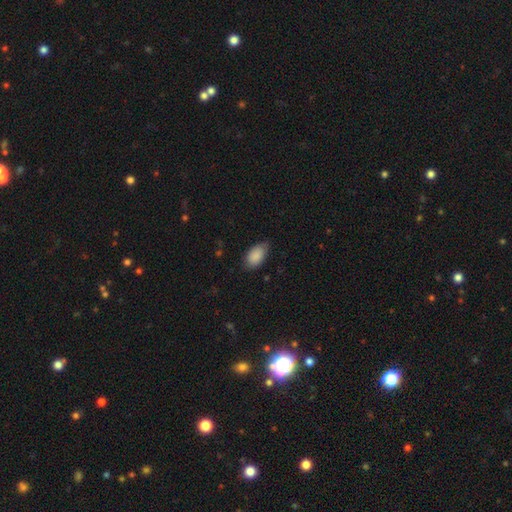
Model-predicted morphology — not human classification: A smooth galaxy with no disk features (88%) that is in between round and cigar-shaped (94%). Merging: none (73%).